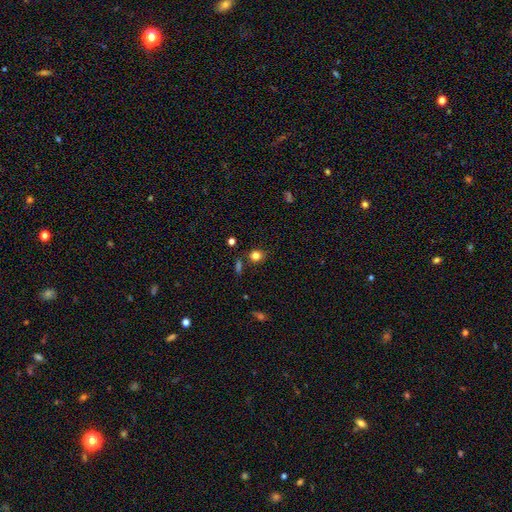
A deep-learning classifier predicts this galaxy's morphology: The model was most divided on "how rounded": round: 81%, in between: 18%, cigar-shaped: 1%. More confident: smooth or featured — smooth (79%); merging — none (79%).